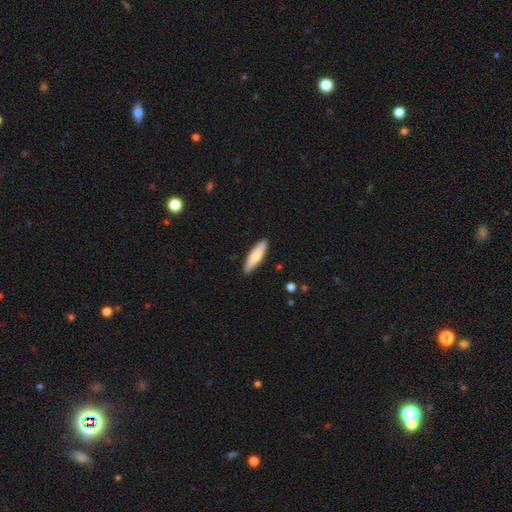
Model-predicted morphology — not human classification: Smooth or featured? smooth (70%)
How rounded? cigar-shaped (68%)
Merging? none (90%)